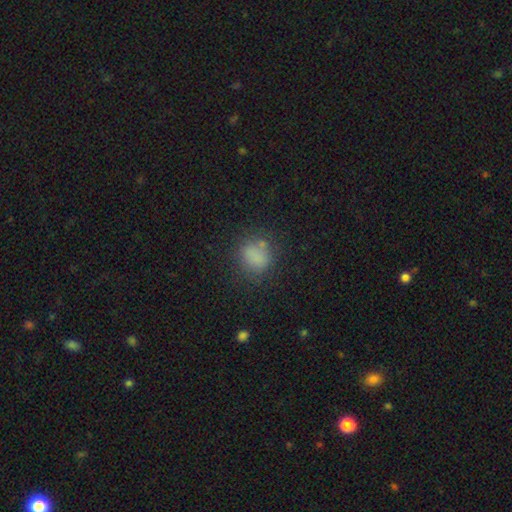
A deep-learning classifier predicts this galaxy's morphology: smooth-or-featured: smooth: 77% | star or artifact: 14% | featured or disk: 9%
  how-rounded: round: 70% | in between: 28% | cigar-shaped: 1%
  merging: none: 68% | minor disturbance: 17% | major disturbance: 9% | merger: 6%